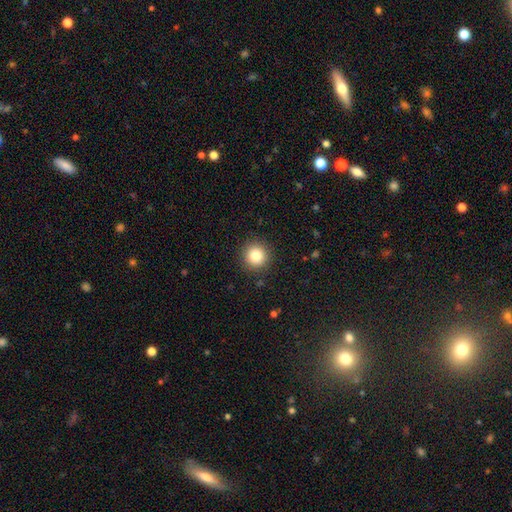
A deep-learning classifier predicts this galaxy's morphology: smooth_or_featured: smooth (p=0.83) [alt: star or artifact p=0.11]
how_rounded: round (p=0.95) [alt: in between p=0.04]
merging: none (p=0.91) [alt: minor disturbance p=0.06]